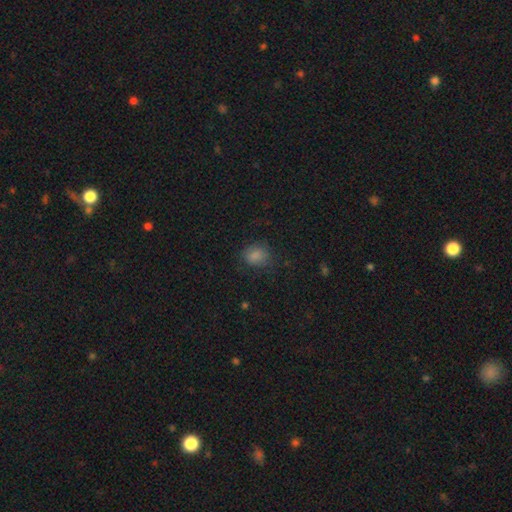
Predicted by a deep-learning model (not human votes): smooth 82%, star or artifact 12%, featured or disk 6%. Down the decision tree: how rounded — round (54%); merging — none (72%).